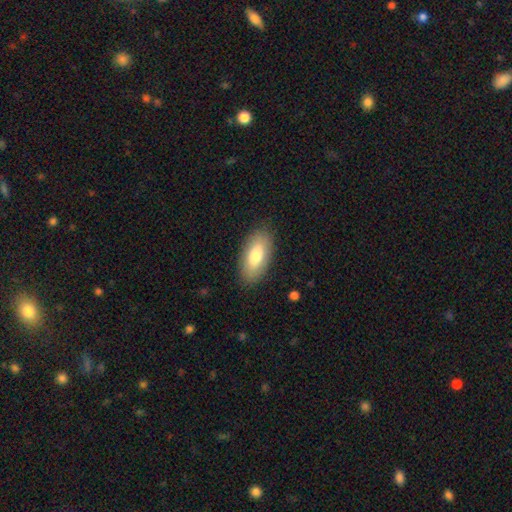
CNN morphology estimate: This is likely a smooth galaxy (78%). How rounded: clearly in between (90%). Merging: clearly none (87%).